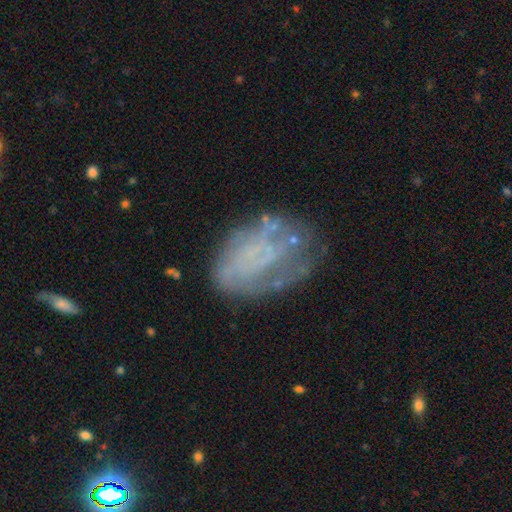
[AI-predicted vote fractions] A featured or disk galaxy (58%) with no bar (85%), no spiral arms (66%) and no central bulge (79%). Merging: none (48%).